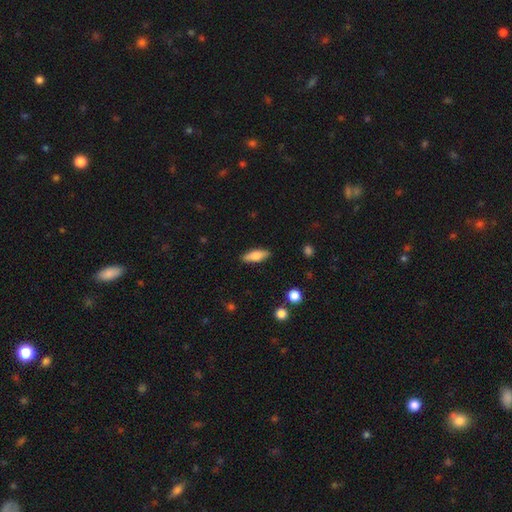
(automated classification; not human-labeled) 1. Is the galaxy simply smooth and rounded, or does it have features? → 66% smooth, 28% featured or disk, 6% star or artifact.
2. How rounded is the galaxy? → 60% in between, 37% cigar-shaped, 3% round.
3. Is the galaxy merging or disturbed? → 88% none, 9% minor disturbance, 2% major disturbance, 1% merger.